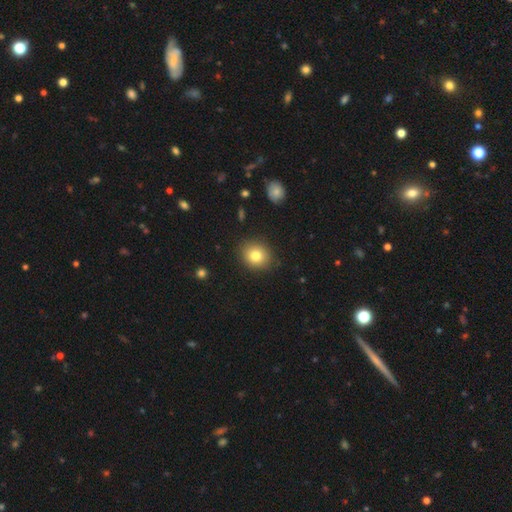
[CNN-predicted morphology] Q: Smooth or featured?
A: smooth (80%); runner-up: star or artifact (11%)
Q: How rounded?
A: round (73%); runner-up: in between (26%)
Q: Merging?
A: none (88%); runner-up: minor disturbance (8%)